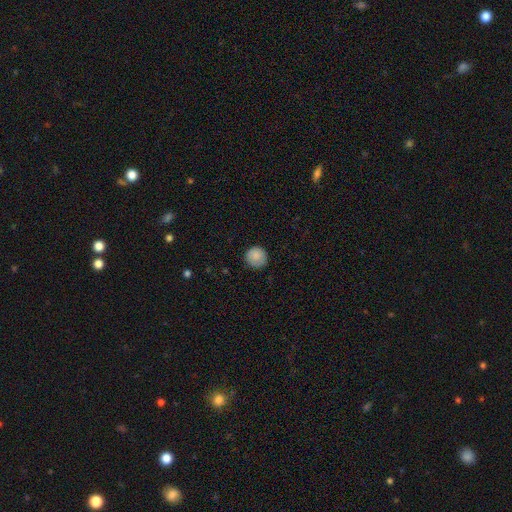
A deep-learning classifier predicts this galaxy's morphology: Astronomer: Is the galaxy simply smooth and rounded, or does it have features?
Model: smooth — 84%.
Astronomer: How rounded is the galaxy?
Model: round — 93%.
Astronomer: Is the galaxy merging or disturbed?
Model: none — 84%.